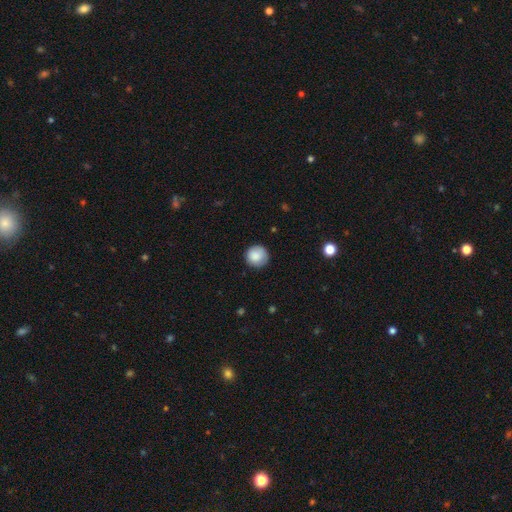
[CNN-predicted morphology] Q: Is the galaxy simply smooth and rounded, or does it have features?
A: smooth — 87%.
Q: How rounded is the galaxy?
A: round — 95%.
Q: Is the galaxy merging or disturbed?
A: none — 85%.